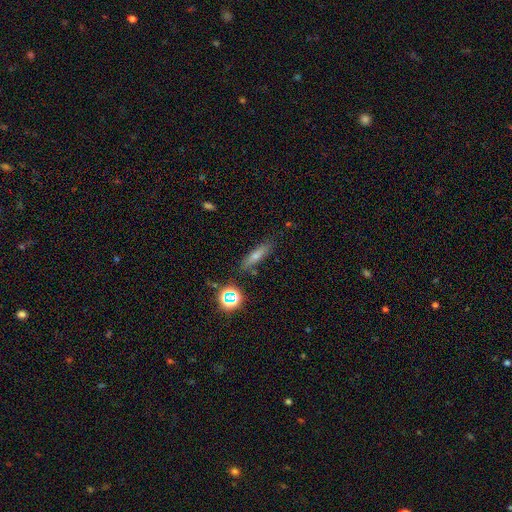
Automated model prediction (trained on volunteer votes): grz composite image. It shows a smooth galaxy with no disk features (54%) that is cigar-shaped (71%). Merging: none (83%).